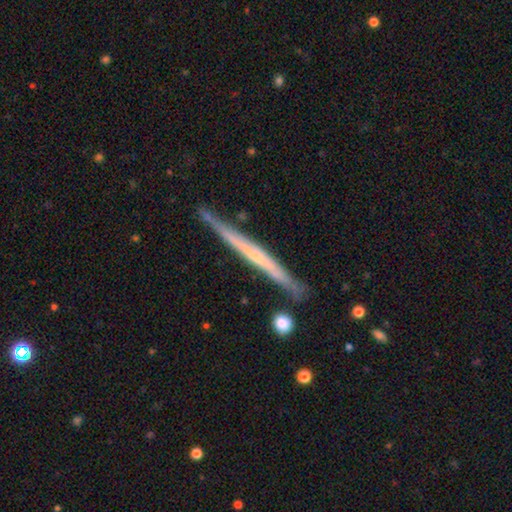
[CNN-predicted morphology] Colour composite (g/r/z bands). It shows a featured or disk galaxy (69%) viewed edge-on (97%) with no central bulge (68%). Merging: none (83%).